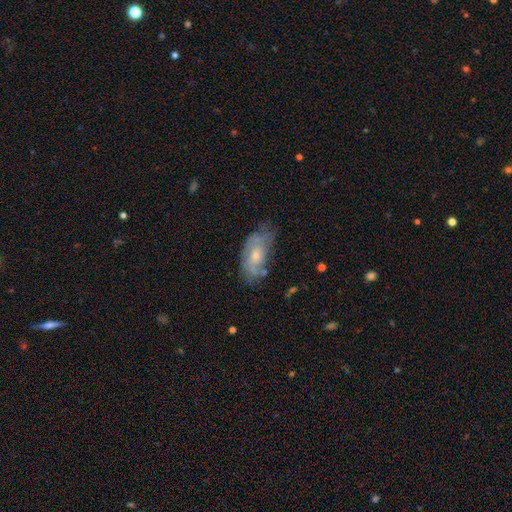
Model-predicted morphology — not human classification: Smooth or featured? featured or disk (56%)
Edge-on disk? no (91%)
Bar? no (76%)
Spiral arms? yes (67%)
Bulge size? small (49%)
Merging? none (53%)